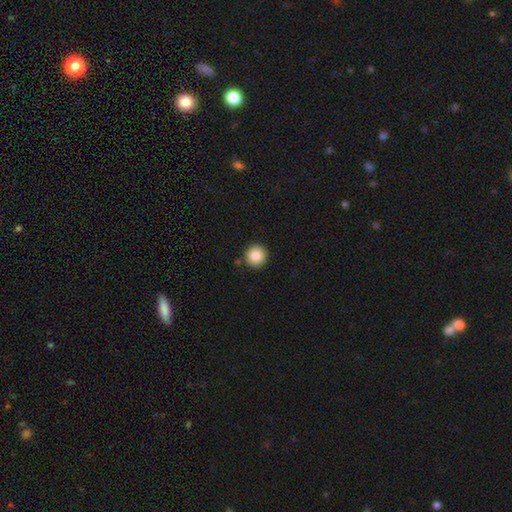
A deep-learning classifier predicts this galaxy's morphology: Smooth or featured: smooth — 86% (star or artifact — 9%)
How rounded: round — 95% (in between — 4%)
Merging: none — 90% (minor disturbance — 6%)